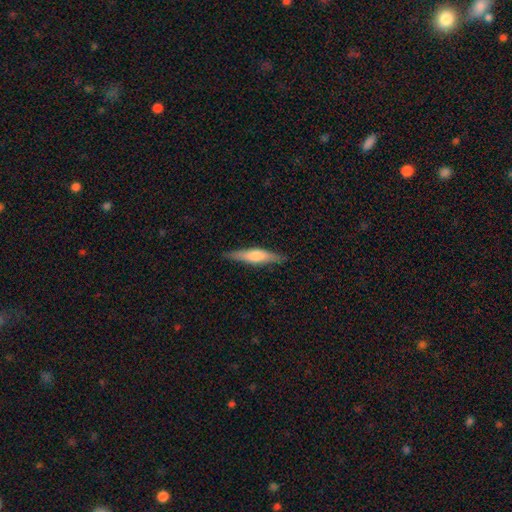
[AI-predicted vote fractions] smooth_or_featured: smooth (p=0.48) [alt: featured or disk p=0.46]
merging: none (p=0.86) [alt: minor disturbance p=0.10]